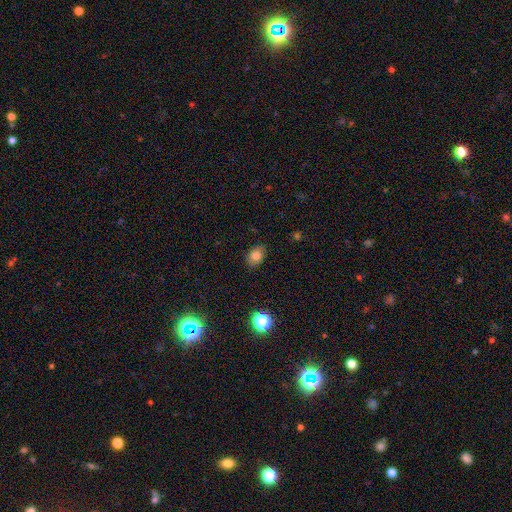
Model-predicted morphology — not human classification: smooth 81%, star or artifact 12%, featured or disk 7%. Down the decision tree: how rounded — in between (72%); merging — none (81%).